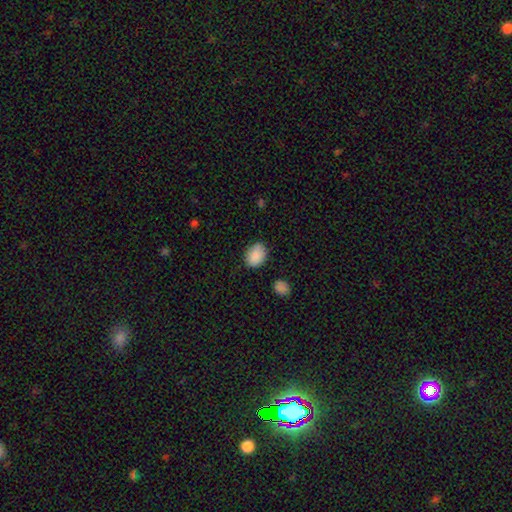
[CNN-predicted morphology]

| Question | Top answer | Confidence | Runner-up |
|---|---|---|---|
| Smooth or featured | smooth | 88% | star or artifact (8%) |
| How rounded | in between | 73% | round (26%) |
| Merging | none | 73% | minor disturbance (21%) |